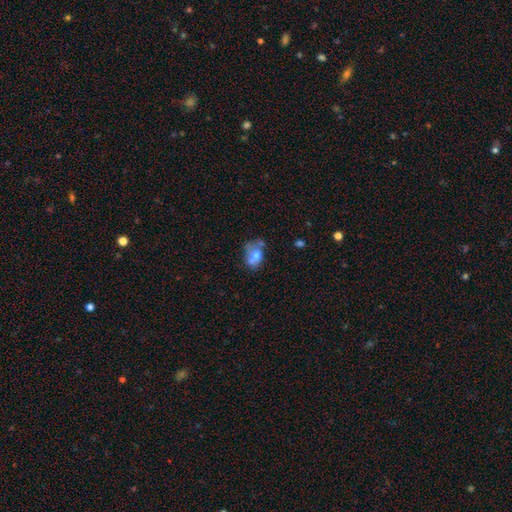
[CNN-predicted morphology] Overall: smooth (61%; featured or disk 28%). How rounded: in between (68%; round 31%). Merging: none (32%; merger 27%).